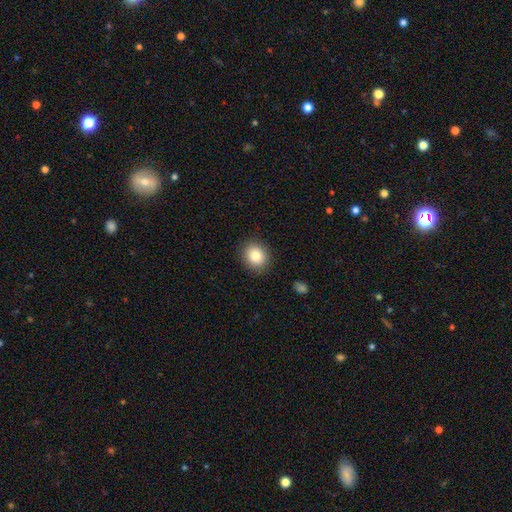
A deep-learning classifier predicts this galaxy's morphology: type=smooth (83%); roundness=round (70%); merging=none (88%).